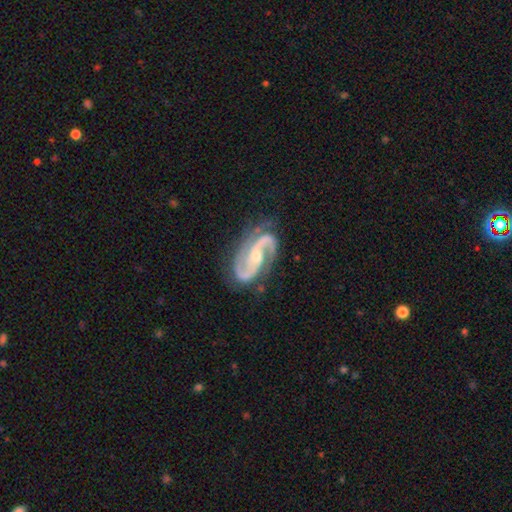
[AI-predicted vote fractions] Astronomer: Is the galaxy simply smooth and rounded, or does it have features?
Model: featured or disk — 93%.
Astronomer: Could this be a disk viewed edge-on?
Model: no — 97%.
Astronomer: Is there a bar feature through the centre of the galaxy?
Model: no — 42% (runner-up: weak, 34%).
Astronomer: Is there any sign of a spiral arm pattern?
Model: yes — 98%.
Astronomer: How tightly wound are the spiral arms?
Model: medium — 57%.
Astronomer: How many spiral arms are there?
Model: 2 — 92%.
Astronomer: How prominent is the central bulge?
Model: moderate — 48%, tied with small at 48%.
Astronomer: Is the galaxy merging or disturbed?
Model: none — 76%.